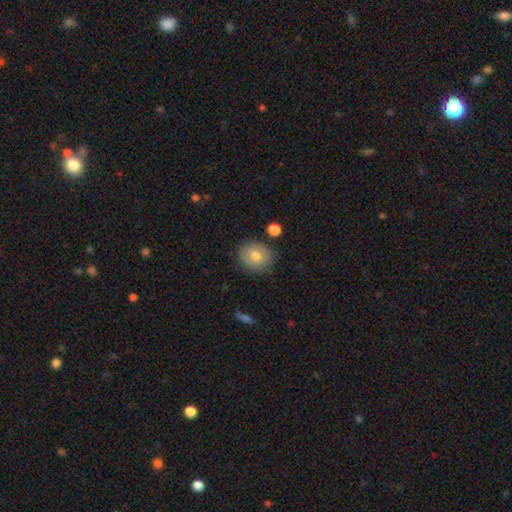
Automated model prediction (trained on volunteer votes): A smooth galaxy with no disk features (75%) that is round (68%).

Vote fractions:
- Smooth or featured? smooth: 75% / featured or disk: 16% / star or artifact: 9%
- How rounded? round: 68% / in between: 31% / cigar-shaped: 1%
- Merging? none: 83% / minor disturbance: 11% / merger: 3% / major disturbance: 3%